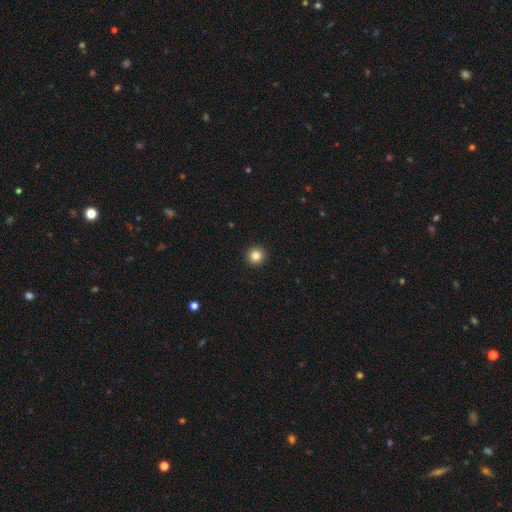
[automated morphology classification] smooth-or-featured: smooth: 84% | star or artifact: 11% | featured or disk: 5%
  how-rounded: round: 96% | in between: 3% | cigar-shaped: 1%
  merging: none: 94% | minor disturbance: 4% | major disturbance: 1% | merger: 1%